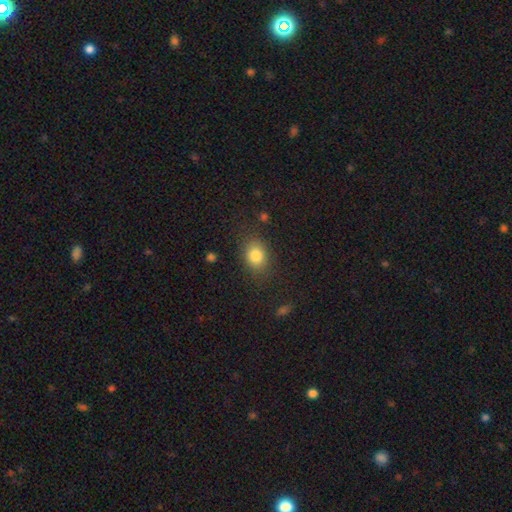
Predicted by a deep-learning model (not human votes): smooth_or_featured: smooth (p=0.82) [alt: star or artifact p=0.10]
how_rounded: in between (p=0.64) [alt: round p=0.35]
merging: none (p=0.82) [alt: minor disturbance p=0.12]